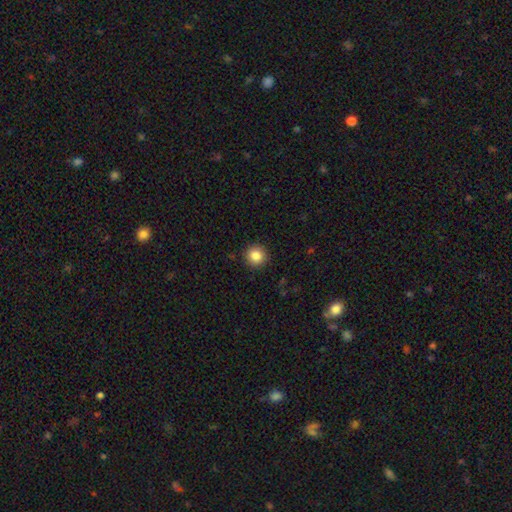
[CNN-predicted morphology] smooth-or-featured: smooth: 86% | star or artifact: 10% | featured or disk: 5%
  how-rounded: round: 94% | in between: 5% | cigar-shaped: 1%
  merging: none: 92% | minor disturbance: 6% | major disturbance: 2% | merger: 1%